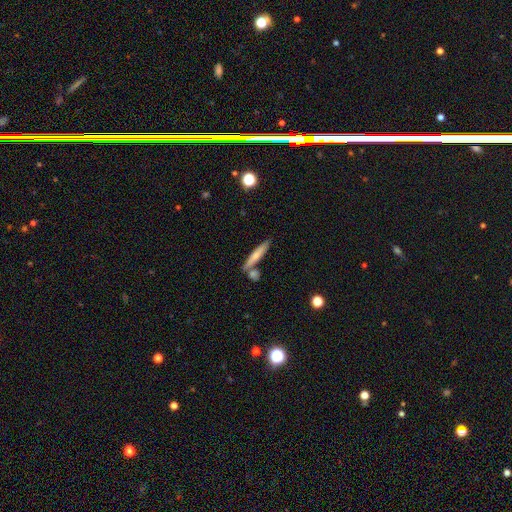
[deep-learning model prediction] smooth 61%, featured or disk 32%, star or artifact 6%. Down the decision tree: how rounded — cigar-shaped (90%); merging — none (72%).